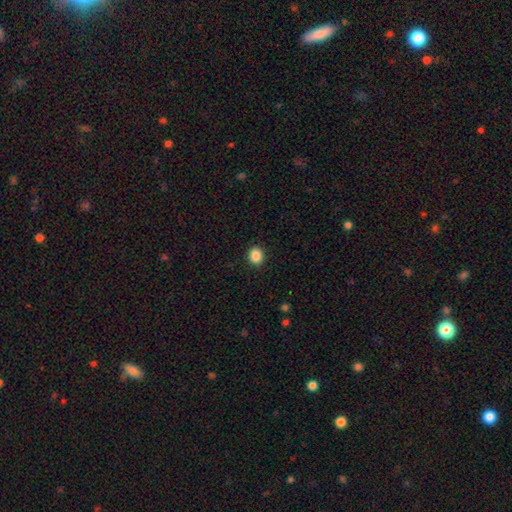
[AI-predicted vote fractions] smooth 88%, star or artifact 9%, featured or disk 3%. Down the decision tree: how rounded — round (73%); merging — none (91%).